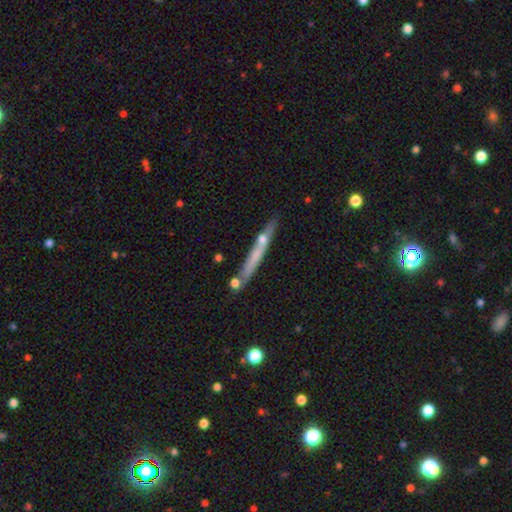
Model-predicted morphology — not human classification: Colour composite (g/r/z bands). It shows a featured or disk galaxy (47%). Merging: none (78%).